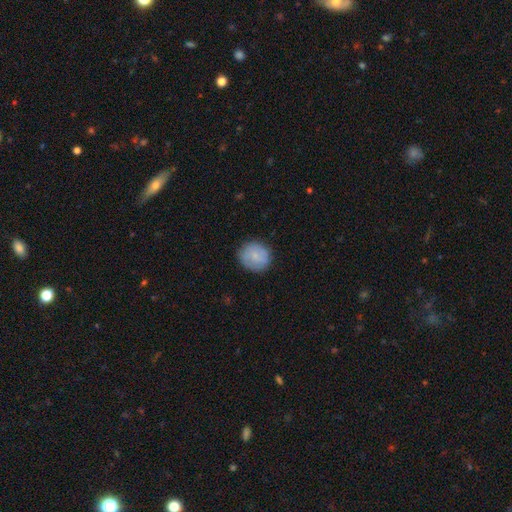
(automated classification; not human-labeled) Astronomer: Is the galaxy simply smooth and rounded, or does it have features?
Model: smooth — 76%.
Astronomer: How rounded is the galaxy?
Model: round — 87%.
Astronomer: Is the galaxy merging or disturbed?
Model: none — 84%.